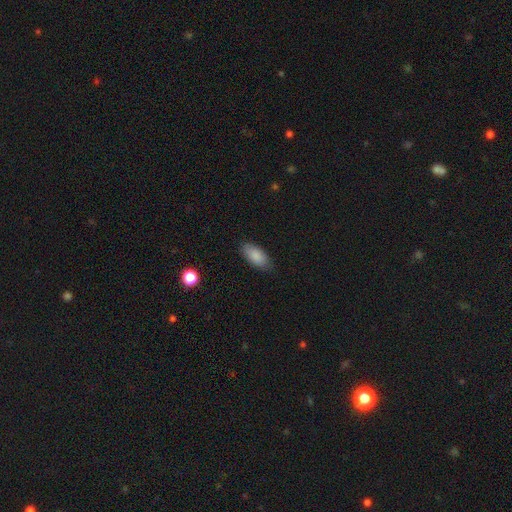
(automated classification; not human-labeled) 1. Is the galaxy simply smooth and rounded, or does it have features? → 87% smooth, 7% star or artifact, 6% featured or disk.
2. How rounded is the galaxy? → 90% in between, 8% cigar-shaped, 2% round.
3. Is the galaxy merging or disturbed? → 83% none, 13% minor disturbance, 3% major disturbance, 1% merger.